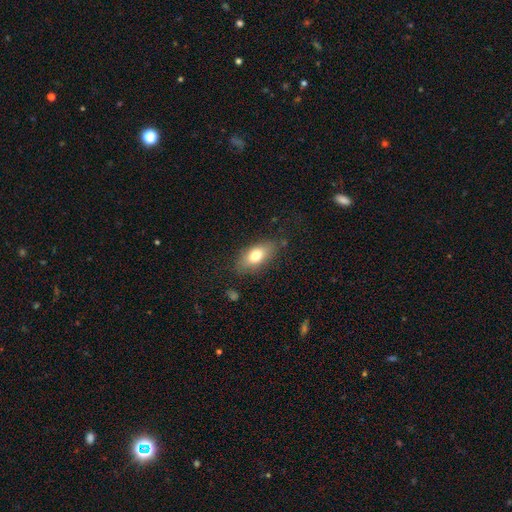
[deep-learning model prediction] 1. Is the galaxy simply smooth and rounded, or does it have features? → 73% smooth, 19% featured or disk, 8% star or artifact.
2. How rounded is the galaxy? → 84% in between, 10% cigar-shaped, 6% round.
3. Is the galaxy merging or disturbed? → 79% none, 15% minor disturbance, 4% major disturbance, 2% merger.